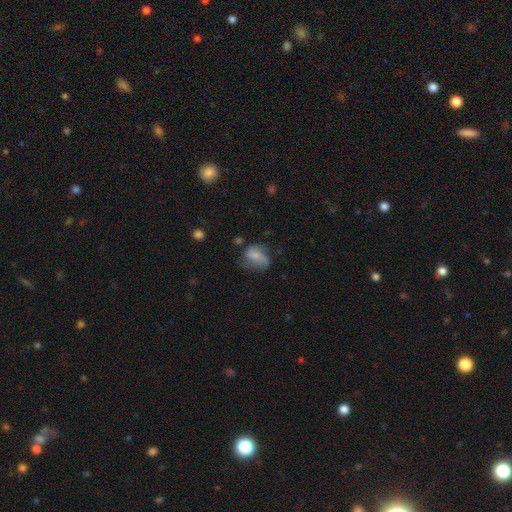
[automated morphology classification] Smooth or featured? smooth (52%)
How rounded? in between (71%)
Merging? none (40%)